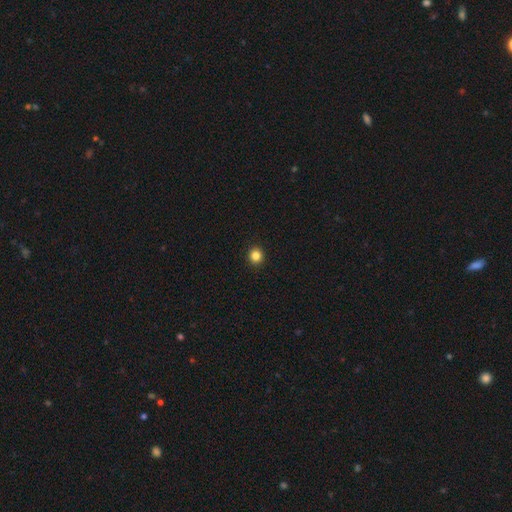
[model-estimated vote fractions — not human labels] Q: Smooth or featured?
A: smooth (85%); runner-up: star or artifact (12%)
Q: How rounded?
A: round (90%); runner-up: in between (9%)
Q: Merging?
A: none (94%); runner-up: minor disturbance (4%)